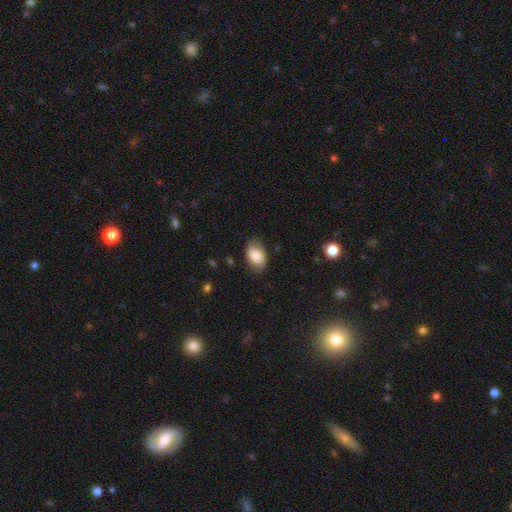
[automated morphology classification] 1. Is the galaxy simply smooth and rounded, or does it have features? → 81% smooth, 12% featured or disk, 7% star or artifact.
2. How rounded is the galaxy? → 89% in between, 9% round, 1% cigar-shaped.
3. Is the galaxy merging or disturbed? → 77% none, 18% minor disturbance, 4% major disturbance, 1% merger.